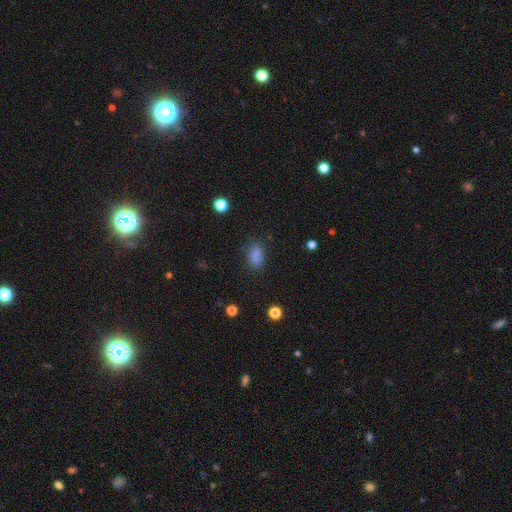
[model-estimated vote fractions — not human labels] The model was most divided on "merging": none: 79%, minor disturbance: 15%, major disturbance: 5%, merger: 2%. More confident: how rounded — in between (87%); smooth or featured — smooth (83%).